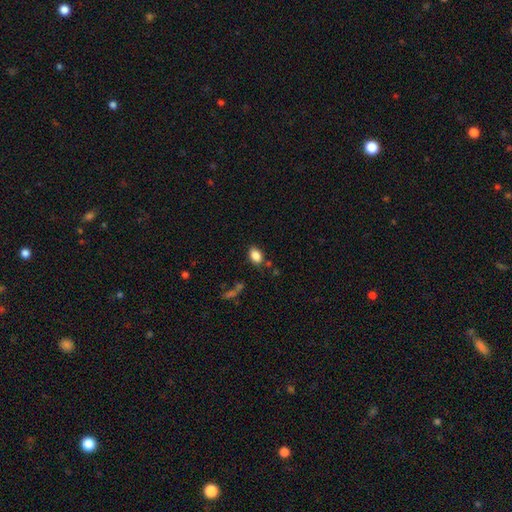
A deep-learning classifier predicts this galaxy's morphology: Q: Smooth or featured?
A: smooth (86%); runner-up: star or artifact (9%)
Q: How rounded?
A: in between (84%); runner-up: round (15%)
Q: Merging?
A: none (79%); runner-up: minor disturbance (12%)